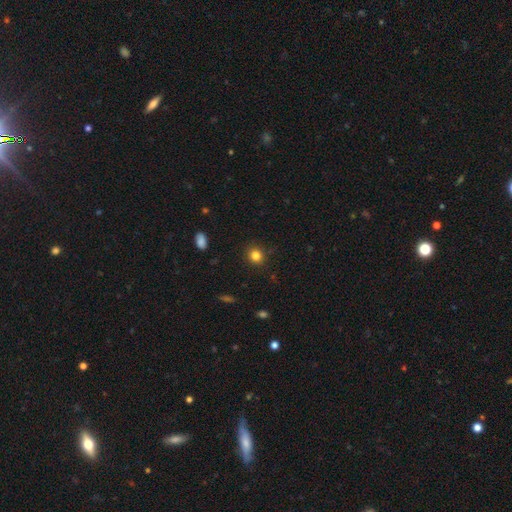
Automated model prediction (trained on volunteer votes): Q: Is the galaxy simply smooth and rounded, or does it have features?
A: smooth — 83%.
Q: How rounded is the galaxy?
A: round — 82%.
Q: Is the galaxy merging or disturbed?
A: none — 88%.